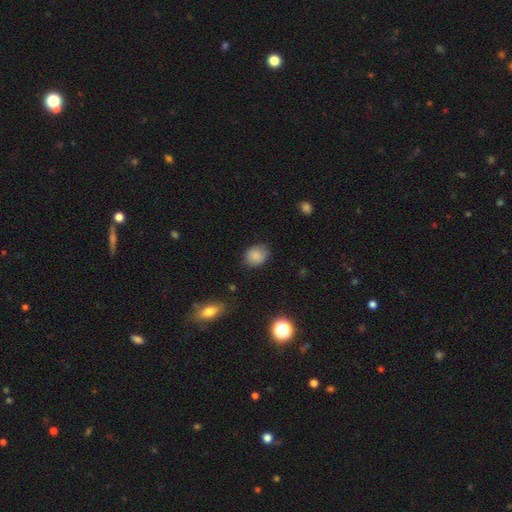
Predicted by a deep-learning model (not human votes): Q: Smooth or featured?
A: smooth (85%); runner-up: star or artifact (10%)
Q: How rounded?
A: round (51%); runner-up: in between (48%)
Q: Merging?
A: none (79%); runner-up: minor disturbance (16%)